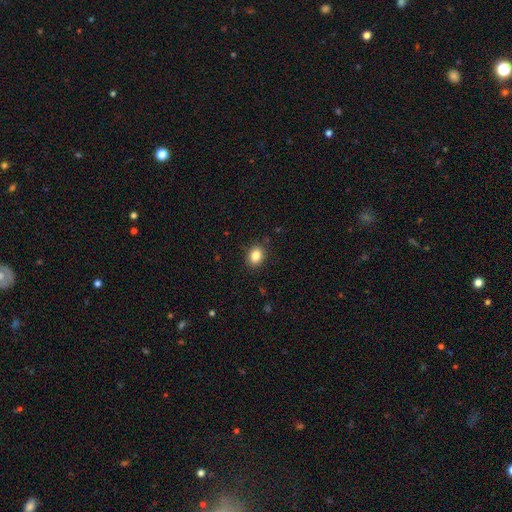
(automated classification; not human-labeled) Smooth or featured? smooth (85%)
How rounded? in between (51%)
Merging? none (87%)